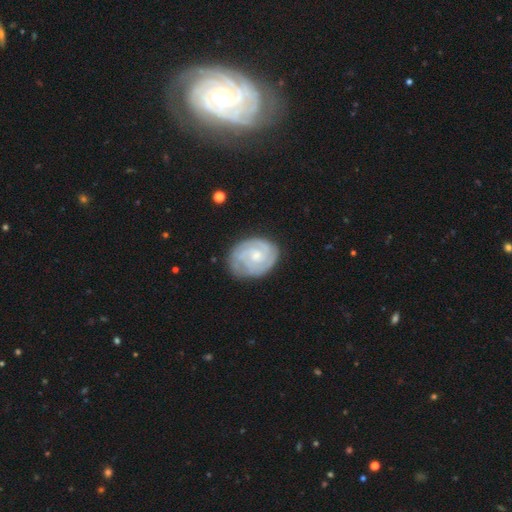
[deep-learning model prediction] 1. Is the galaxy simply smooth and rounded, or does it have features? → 81% featured or disk, 14% smooth, 5% star or artifact.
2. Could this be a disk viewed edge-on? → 98% no, 2% yes.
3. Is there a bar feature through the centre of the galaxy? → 69% no, 27% weak, 4% strong.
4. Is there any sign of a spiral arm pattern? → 95% yes, 5% no.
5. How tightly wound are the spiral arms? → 72% tight, 24% medium, 4% loose.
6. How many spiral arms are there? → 34% 2, 26% 3, 25% can't tell, 6% 4, 5% 1, 4% more than 4.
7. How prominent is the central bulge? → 53% small, 40% moderate, 4% none, 2% large, 1% dominant.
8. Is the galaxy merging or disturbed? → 76% none, 18% minor disturbance, 5% major disturbance, 1% merger.